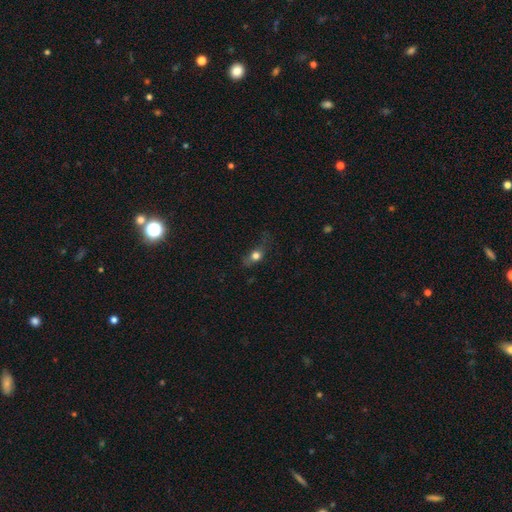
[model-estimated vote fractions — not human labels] Smooth or featured: smooth — 69% (featured or disk — 19%)
How rounded: in between — 54% (round — 30%)
Merging: none — 47% (minor disturbance — 30%)